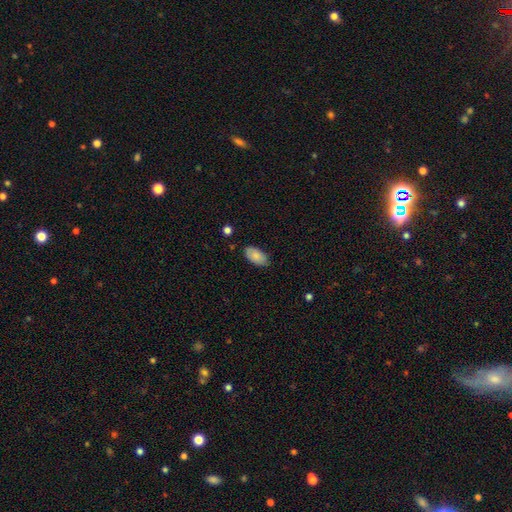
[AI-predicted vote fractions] A smooth galaxy with no disk features (85%) that is in between round and cigar-shaped (94%). Merging: none (81%).